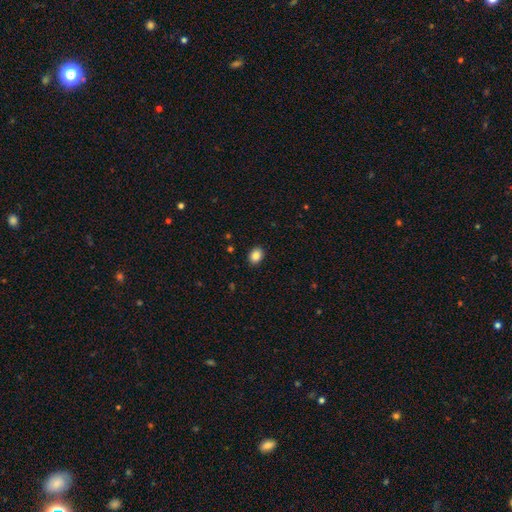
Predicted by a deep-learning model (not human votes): Smooth or featured? Predicted: smooth (p=0.87). How rounded? Predicted: in between (p=0.57). Merging? Predicted: none (p=0.91).